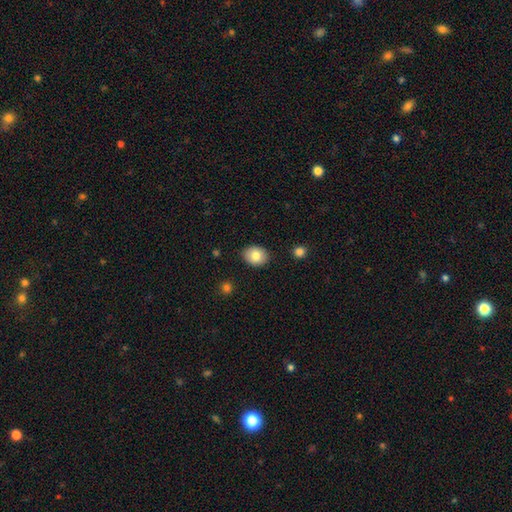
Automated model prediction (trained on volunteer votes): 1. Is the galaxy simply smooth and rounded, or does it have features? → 81% smooth, 11% featured or disk, 8% star or artifact.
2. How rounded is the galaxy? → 51% in between, 48% round, 1% cigar-shaped.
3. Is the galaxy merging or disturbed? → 88% none, 9% minor disturbance, 2% major disturbance, 1% merger.